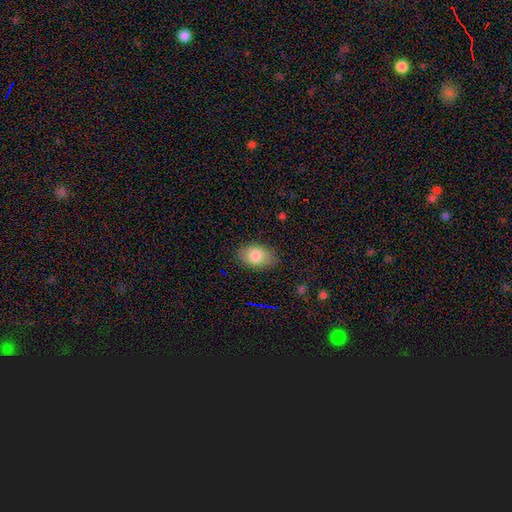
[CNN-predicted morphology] Smooth or featured? Predicted: smooth (p=0.82). How rounded? Predicted: in between (p=0.86). Merging? Predicted: none (p=0.81).